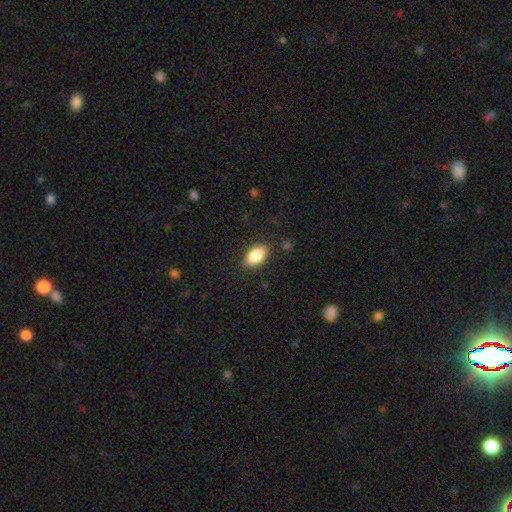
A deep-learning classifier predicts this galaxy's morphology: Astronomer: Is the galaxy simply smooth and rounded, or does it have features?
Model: smooth — 85%.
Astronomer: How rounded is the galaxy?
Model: in between — 91%.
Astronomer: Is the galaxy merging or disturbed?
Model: none — 86%.